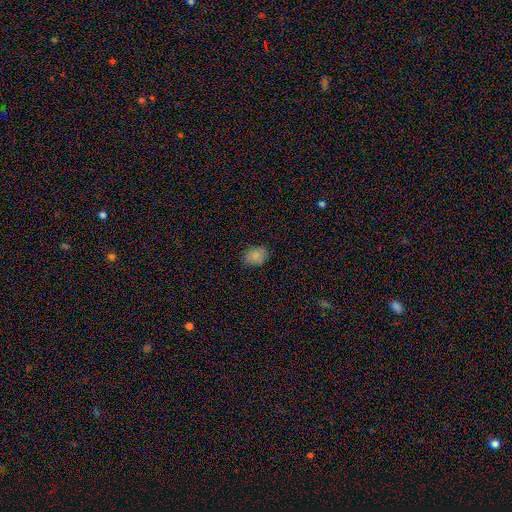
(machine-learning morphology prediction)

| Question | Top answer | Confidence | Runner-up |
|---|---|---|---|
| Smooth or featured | smooth | 83% | star or artifact (10%) |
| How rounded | in between | 72% | round (27%) |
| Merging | none | 81% | minor disturbance (15%) |